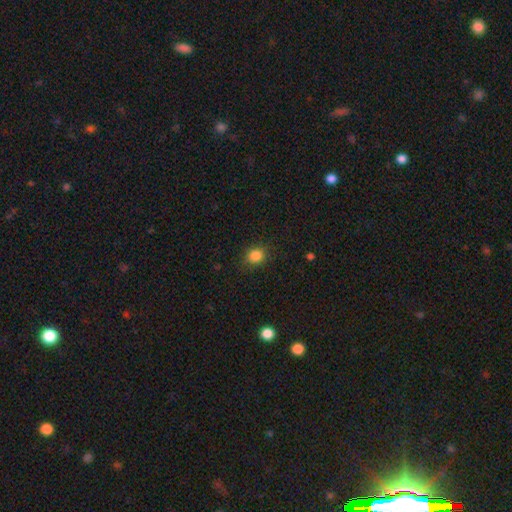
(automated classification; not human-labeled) Overall: smooth (85%). How rounded: round (73%). Merging: none (86%).